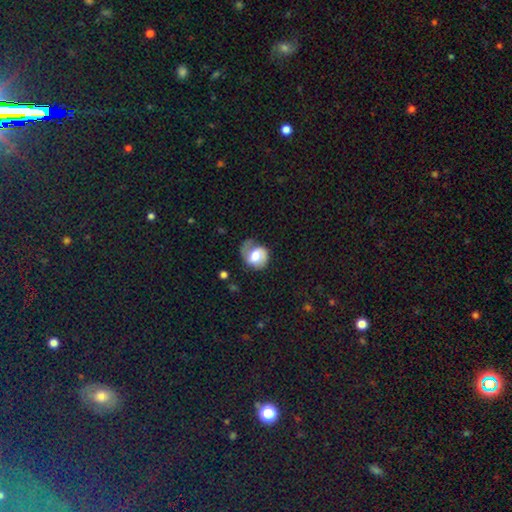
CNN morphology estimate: smooth_or_featured: featured or disk (p=0.52) [alt: smooth p=0.41]
disk_edge_on: no (p=0.97) [alt: yes p=0.03]
bar: weak (p=0.42) [alt: no p=0.38]
has_spiral_arms: yes (p=0.78) [alt: no p=0.22]
bulge_size: moderate (p=0.50) [alt: large p=0.37]
merging: none (p=0.48) [alt: minor disturbance p=0.29]